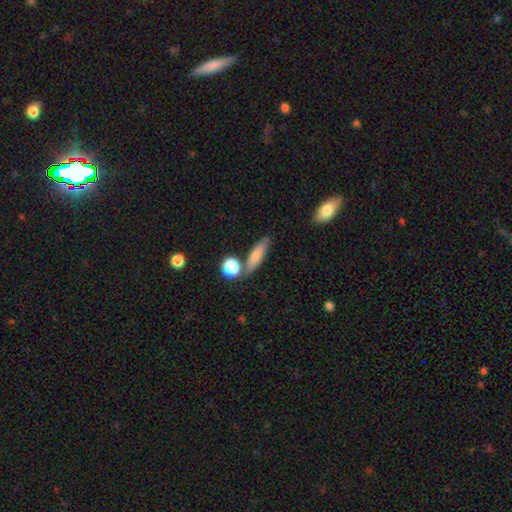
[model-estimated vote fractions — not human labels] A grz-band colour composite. It shows a smooth galaxy with no disk features (76%) that is cigar-shaped (54%). Merging: none (69%).